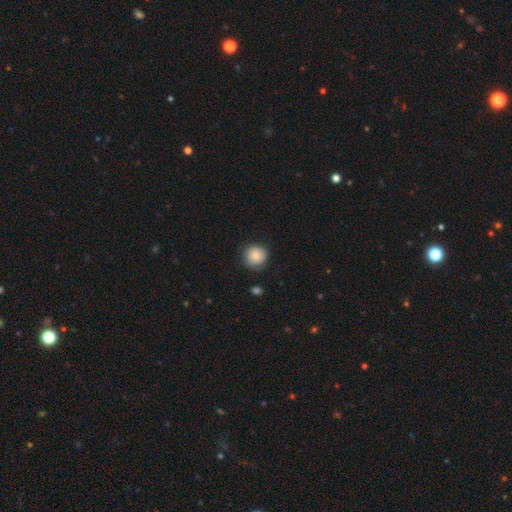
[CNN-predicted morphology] A smooth galaxy with no disk features (78%) that is round (93%). Merging: none (77%).